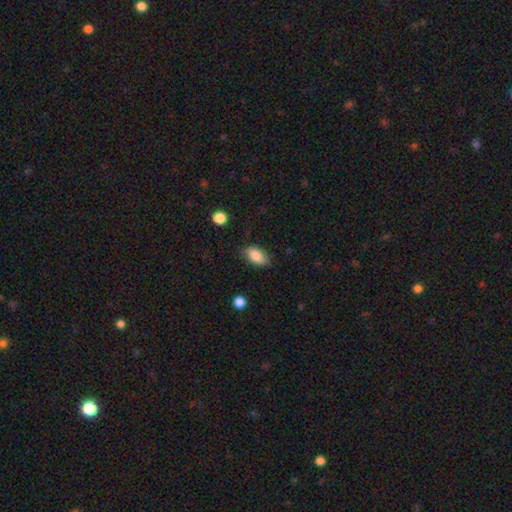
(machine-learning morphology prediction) This is clearly a smooth galaxy (85%). How rounded: clearly in between (92%). Merging: likely none (80%).